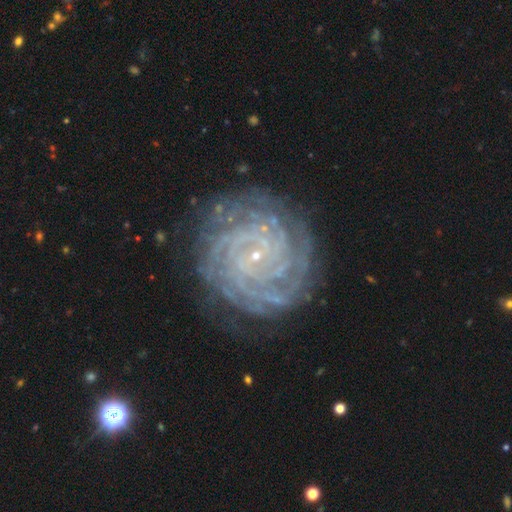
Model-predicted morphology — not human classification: featured or disk 89%, star or artifact 6%, smooth 5%. Down the decision tree: edge-on disk — no (98%); bar — no (69%); spiral arms — yes (98%); spiral arm count — more than 4 (27%); spiral winding — tight (87%); bulge size — small (90%); merging — none (82%).